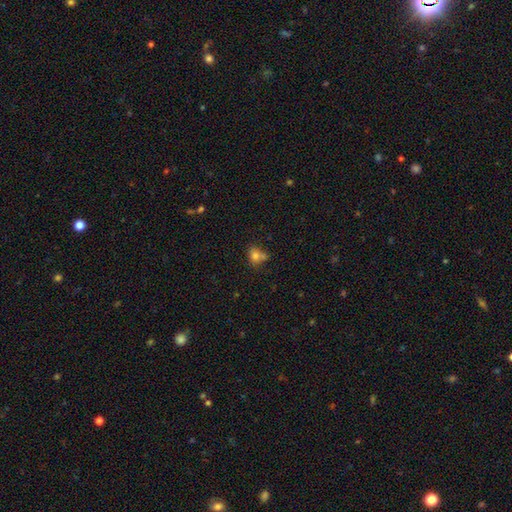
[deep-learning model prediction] Morphology: type=smooth (76%); roundness=round (52%); merging=none (42%).